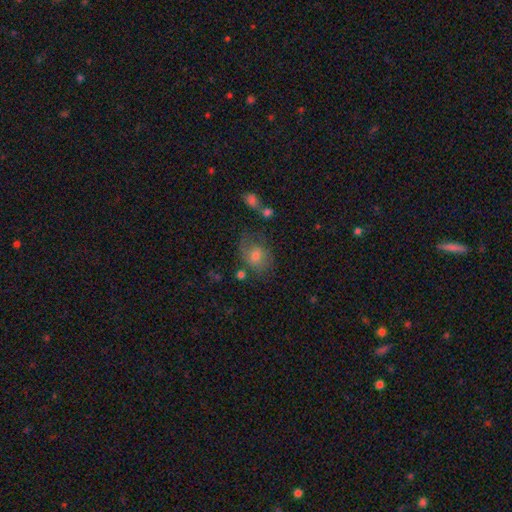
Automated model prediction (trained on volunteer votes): The model was most divided on "how rounded": in between: 57%, round: 42%, cigar-shaped: 1%. More confident: smooth or featured — smooth (56%); merging — none (54%).